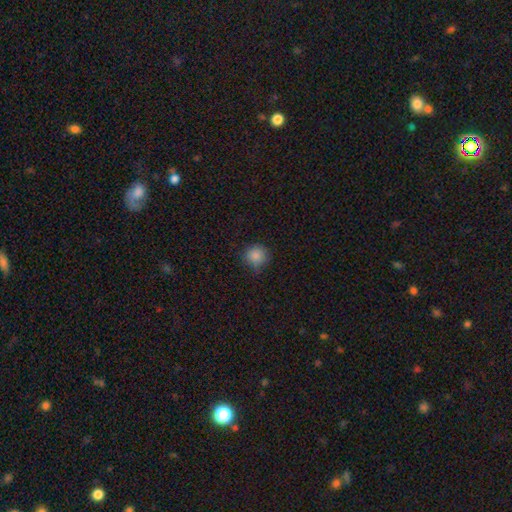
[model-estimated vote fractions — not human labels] Smooth or featured: smooth — 86% (star or artifact — 11%)
How rounded: round — 92% (in between — 7%)
Merging: none — 80% (minor disturbance — 16%)